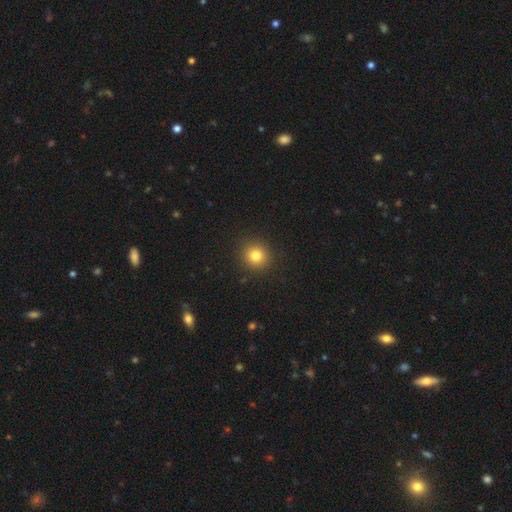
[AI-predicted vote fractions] smooth-or-featured: smooth: 81% | star or artifact: 12% | featured or disk: 7%
  how-rounded: round: 90% | in between: 9% | cigar-shaped: 1%
  merging: none: 91% | minor disturbance: 6% | major disturbance: 2% | merger: 1%